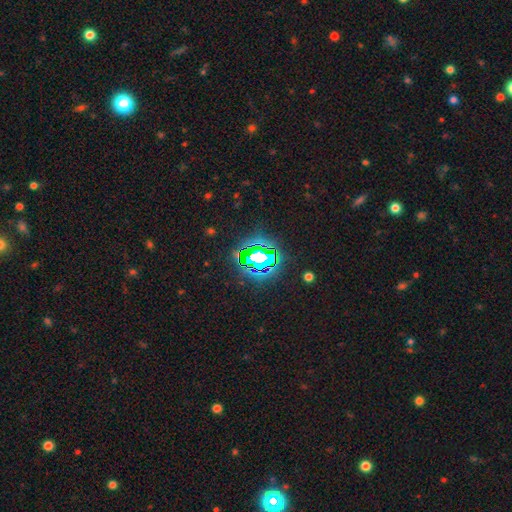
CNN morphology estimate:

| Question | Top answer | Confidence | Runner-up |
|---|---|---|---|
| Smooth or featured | star or artifact | 71% | smooth (16%) |